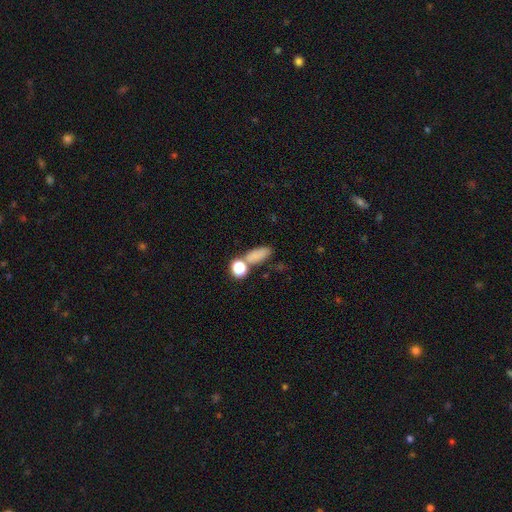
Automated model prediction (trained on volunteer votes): This appears to be a smooth galaxy with no disk features (77%) that is in between round and cigar-shaped (70%). Merging: none (58%).